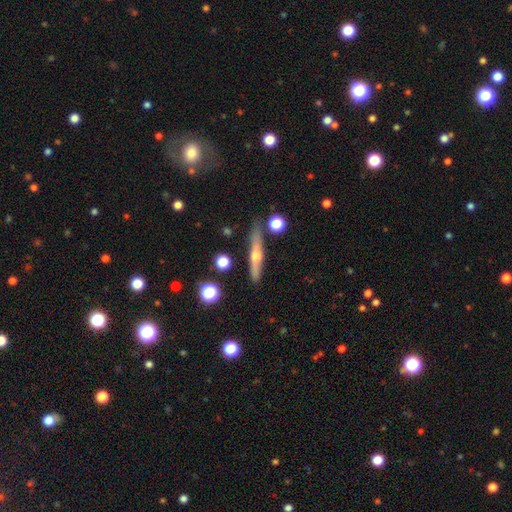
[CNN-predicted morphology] Smooth or featured? featured or disk (63%)
Edge-on disk? yes (95%)
Edge-on bulge? rounded (88%)
Merging? none (84%)